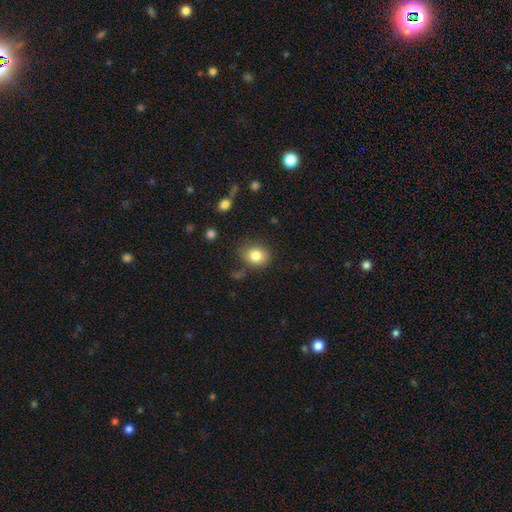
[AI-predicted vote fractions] Morphology: type=smooth (83%); roundness=round (55%); merging=none (74%).